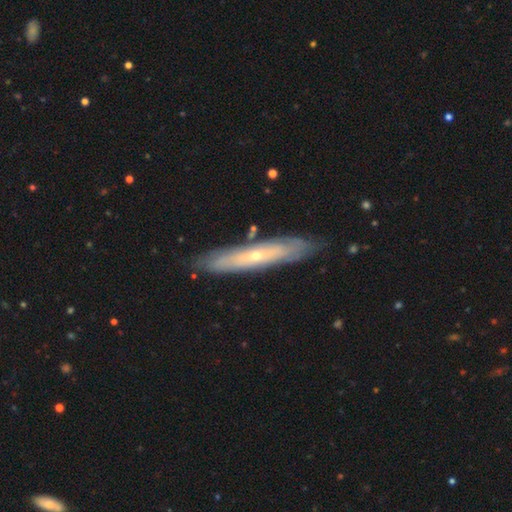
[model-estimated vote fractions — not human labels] Morphology: type=featured or disk (64%); edge-on=yes (56%); merging=none (83%).